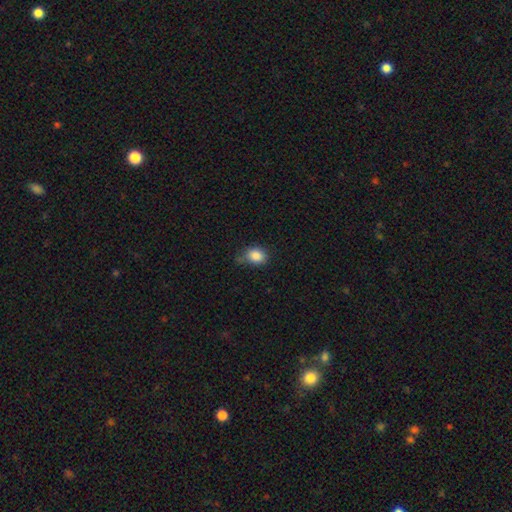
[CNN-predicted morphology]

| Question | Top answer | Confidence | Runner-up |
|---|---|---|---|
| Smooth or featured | smooth | 86% | star or artifact (10%) |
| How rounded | round | 55% | in between (44%) |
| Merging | none | 56% | minor disturbance (33%) |